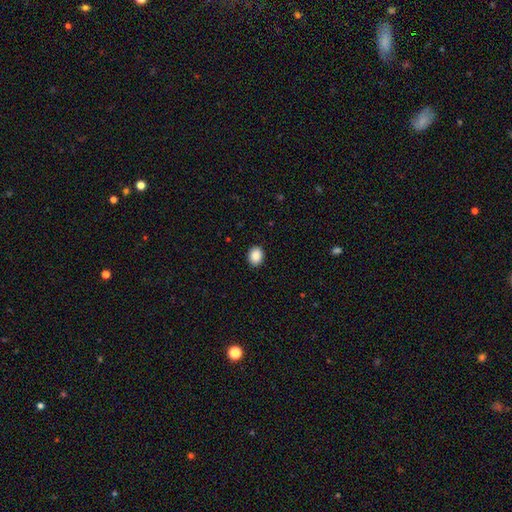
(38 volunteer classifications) Smooth or featured?
  - smooth: 84% *
  - featured or disk: 8%
  - star or artifact: 8%
How rounded?
  - in between: 56% *
  - round: 44%
  - cigar-shaped: 0%
Merging?
  - none: 89% *
  - minor disturbance: 11%
  - major disturbance: 0%
  - merger: 0%